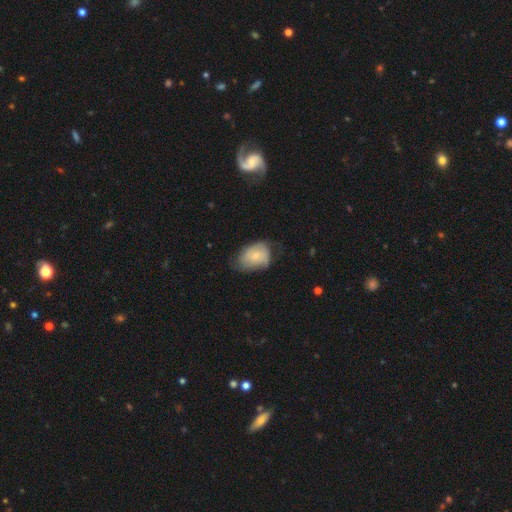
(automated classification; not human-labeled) Smooth or featured? smooth (64%)
How rounded? in between (79%)
Merging? none (42%)